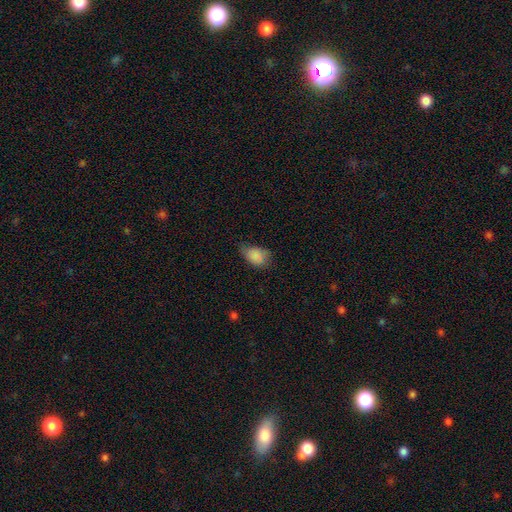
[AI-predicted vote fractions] A smooth galaxy with no disk features (84%) that is in between round and cigar-shaped (85%). Merging: none (53%).